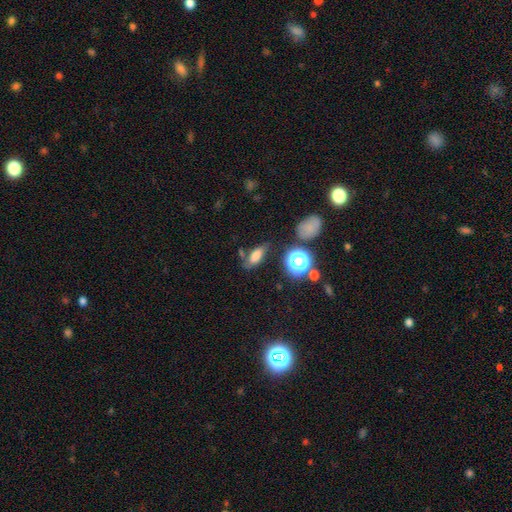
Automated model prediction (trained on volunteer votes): Morphology: type=smooth (69%); roundness=in between (73%); merging=none (61%).